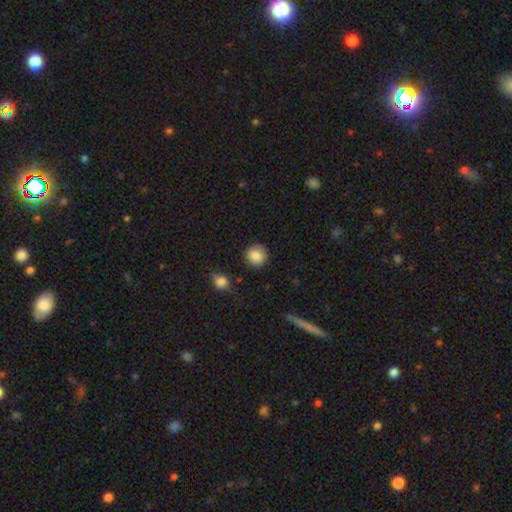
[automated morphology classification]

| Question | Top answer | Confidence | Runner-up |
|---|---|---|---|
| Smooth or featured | smooth | 86% | star or artifact (8%) |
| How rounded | round | 91% | in between (8%) |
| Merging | none | 88% | minor disturbance (8%) |